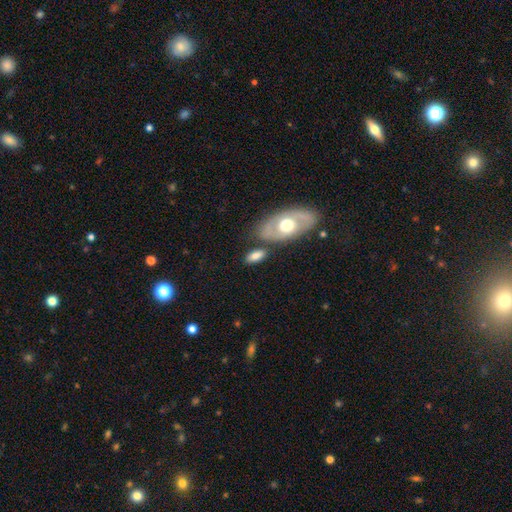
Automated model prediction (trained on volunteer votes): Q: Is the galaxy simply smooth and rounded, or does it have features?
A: smooth — 68%.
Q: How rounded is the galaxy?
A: in between — 88%.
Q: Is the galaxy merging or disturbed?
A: none — 68%.